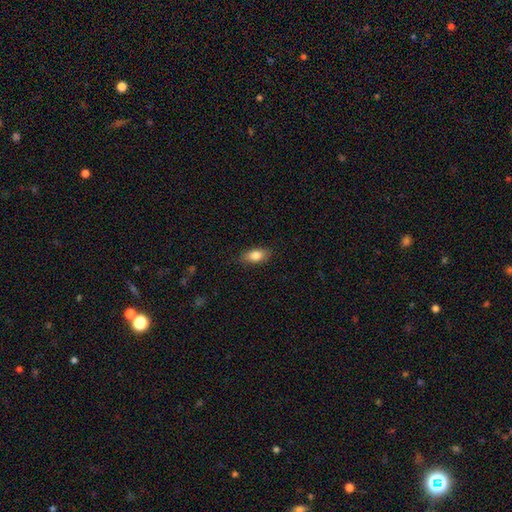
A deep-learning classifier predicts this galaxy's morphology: A smooth galaxy with no disk features (83%) that is in between round and cigar-shaped (88%).

Vote fractions:
- Smooth or featured? smooth: 83% / featured or disk: 10% / star or artifact: 8%
- How rounded? in between: 88% / cigar-shaped: 7% / round: 6%
- Merging? none: 86% / minor disturbance: 11% / major disturbance: 2% / merger: 1%